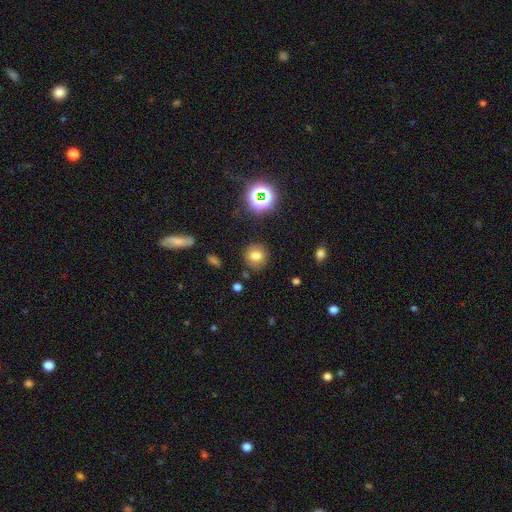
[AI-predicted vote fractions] This appears to be a smooth galaxy with no disk features (73%) that is round (90%). Merging: none (88%).